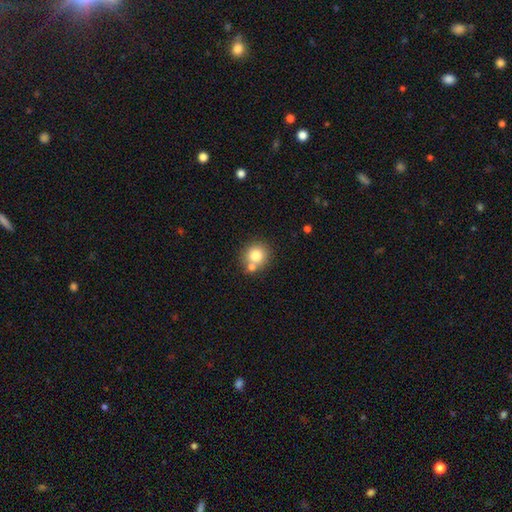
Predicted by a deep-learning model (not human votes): Overall: smooth (79%). How rounded: round (87%). Merging: none (64%).